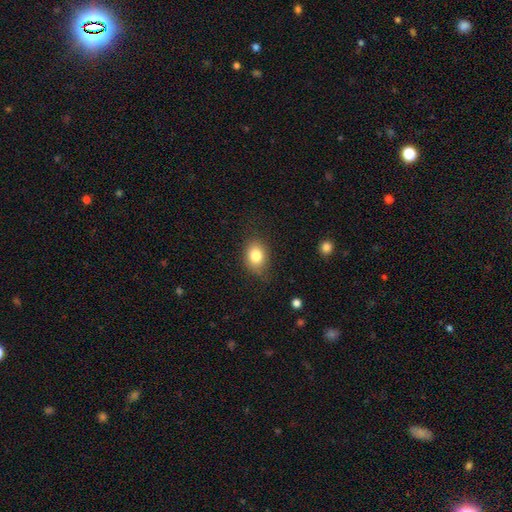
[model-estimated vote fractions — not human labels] Smooth or featured? Predicted: smooth (p=0.81). How rounded? Predicted: in between (p=0.64). Merging? Predicted: none (p=0.73).